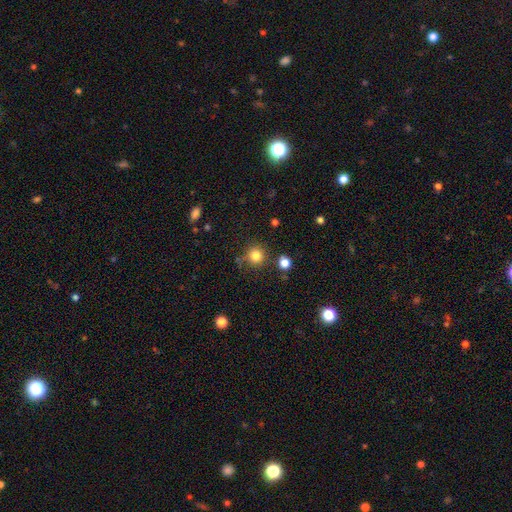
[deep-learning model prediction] Q: Smooth or featured?
A: smooth (82%); runner-up: star or artifact (13%)
Q: How rounded?
A: round (93%); runner-up: in between (6%)
Q: Merging?
A: none (80%); runner-up: minor disturbance (11%)